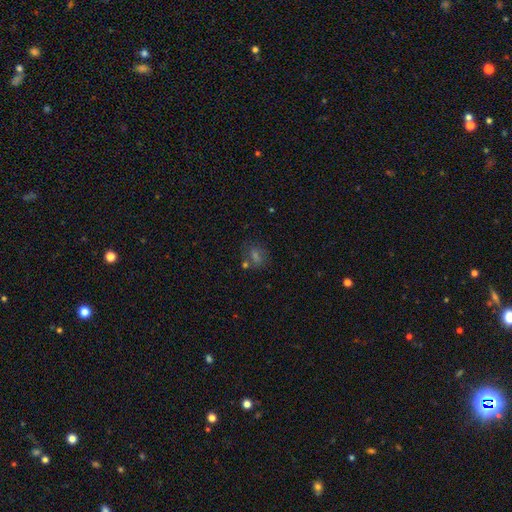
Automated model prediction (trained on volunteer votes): smooth-or-featured: smooth: 47% | star or artifact: 33% | featured or disk: 20%
  merging: none: 72% | minor disturbance: 13% | merger: 9% | major disturbance: 6%